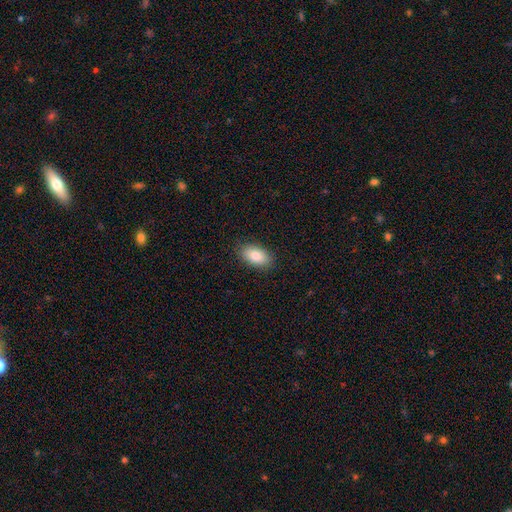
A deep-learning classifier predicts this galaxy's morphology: smooth-or-featured: smooth: 84% | featured or disk: 9% | star or artifact: 7%
  how-rounded: in between: 93% | round: 4% | cigar-shaped: 3%
  merging: none: 88% | minor disturbance: 9% | major disturbance: 2% | merger: 1%